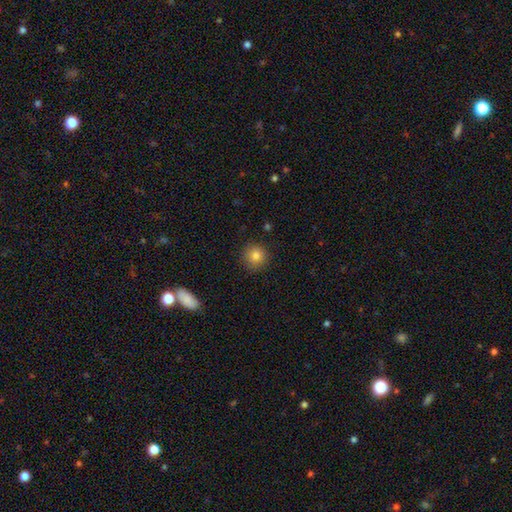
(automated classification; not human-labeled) smooth 82%, star or artifact 11%, featured or disk 7%. Down the decision tree: how rounded — round (94%); merging — none (90%).